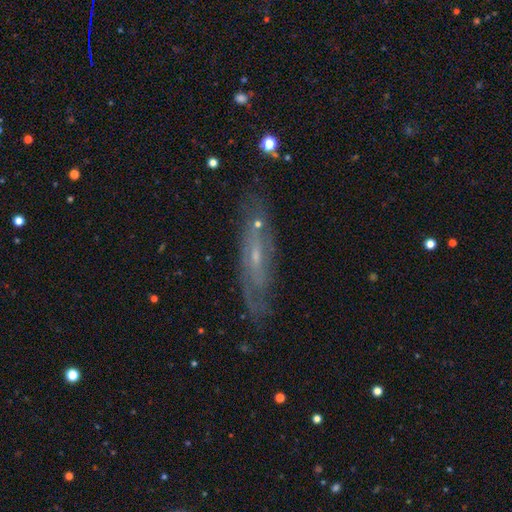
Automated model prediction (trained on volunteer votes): Overall: featured or disk (72%). Edge-on disk: no (66%; yes 34%). Merging: none (76%).